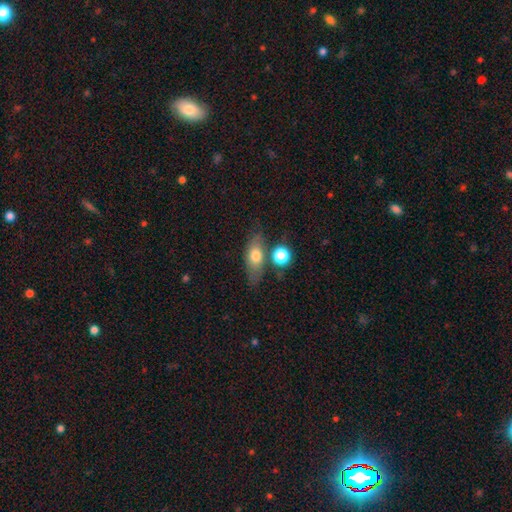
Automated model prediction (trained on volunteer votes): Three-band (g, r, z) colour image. It shows a smooth galaxy with no disk features (67%) that is in between round and cigar-shaped (64%). Merging: none (66%).